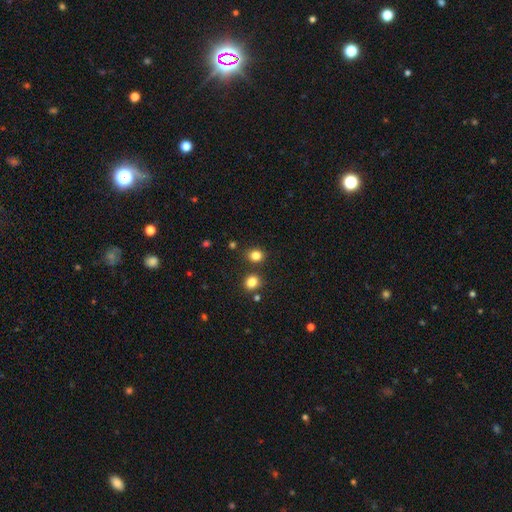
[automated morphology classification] smooth 83%, star or artifact 13%, featured or disk 4%. Down the decision tree: how rounded — round (68%); merging — none (81%).